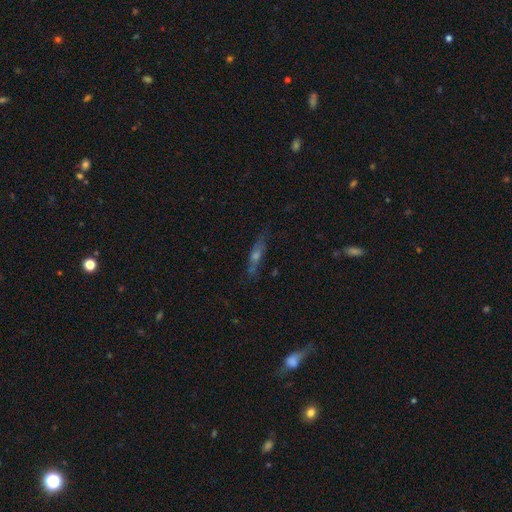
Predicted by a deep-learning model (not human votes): A featured or disk galaxy (52%) viewed edge-on (76%).

Vote fractions:
- Smooth or featured? featured or disk: 52% / smooth: 33% / star or artifact: 15%
- Edge-on disk? yes: 76% / no: 24%
- Merging? none: 74% / minor disturbance: 16% / major disturbance: 5% / merger: 4%